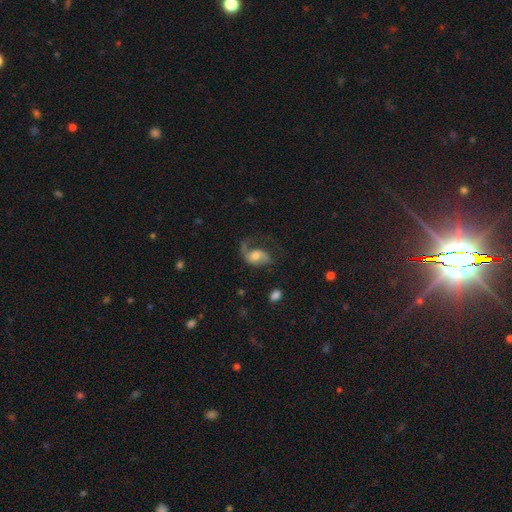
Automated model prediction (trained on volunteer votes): A featured or disk galaxy (65%) with no bar (61%), 1 (47%) loose (56%) spiral arms (88%) and a moderate central bulge (55%).

Vote fractions:
- Smooth or featured? featured or disk: 65% / smooth: 27% / star or artifact: 8%
- Edge-on disk? no: 97% / yes: 3%
- Bar? no: 61% / weak: 31% / strong: 8%
- Spiral arms? yes: 88% / no: 12%
- Spiral winding? loose: 56% / medium: 34% / tight: 10%
- Spiral arm count? 1: 47% / 2: 46% / can't tell: 4% / 3: 1% / 4: 1% / more than 4: 1%
- Bulge size? moderate: 55% / small: 27% / large: 12% / none: 4% / dominant: 2%
- Merging? none: 39% / major disturbance: 38% / minor disturbance: 20% / merger: 3%